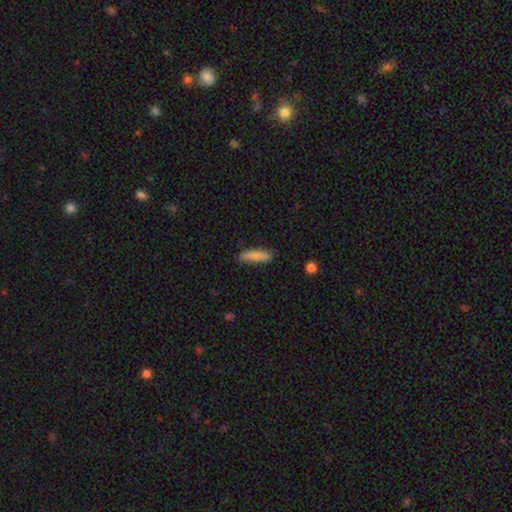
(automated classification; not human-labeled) A smooth galaxy with no disk features (79%) that is cigar-shaped (71%).

Vote fractions:
- Smooth or featured? smooth: 79% / featured or disk: 14% / star or artifact: 6%
- How rounded? cigar-shaped: 71% / in between: 28% / round: 2%
- Merging? none: 83% / minor disturbance: 13% / major disturbance: 2% / merger: 1%